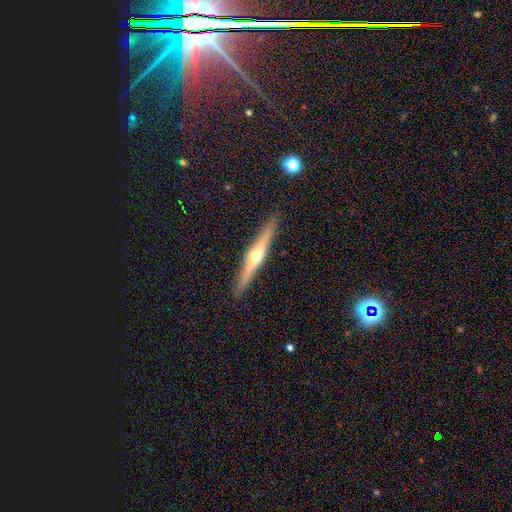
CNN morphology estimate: A featured or disk galaxy (71%) viewed edge-on (97%) with a rounded central bulge (90%).

Vote fractions:
- Smooth or featured? featured or disk: 71% / smooth: 23% / star or artifact: 6%
- Edge-on disk? yes: 97% / no: 3%
- Edge-on bulge? rounded: 90% / none: 7% / boxy: 3%
- Merging? none: 91% / minor disturbance: 7% / major disturbance: 1% / merger: 1%